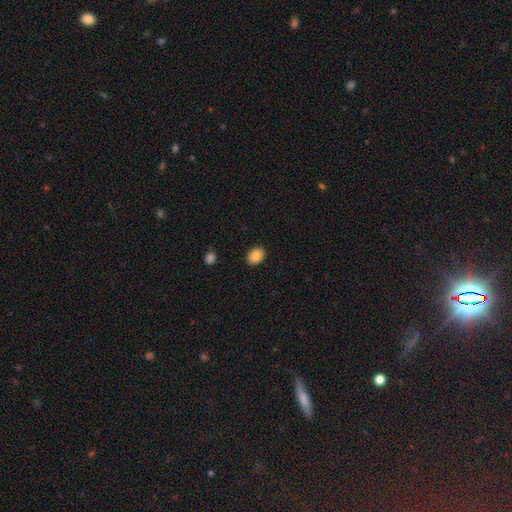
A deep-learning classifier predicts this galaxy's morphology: smooth-or-featured: smooth: 84% | star or artifact: 8% | featured or disk: 7%
  how-rounded: in between: 64% | round: 36% | cigar-shaped: 1%
  merging: none: 89% | minor disturbance: 8% | major disturbance: 2% | merger: 1%